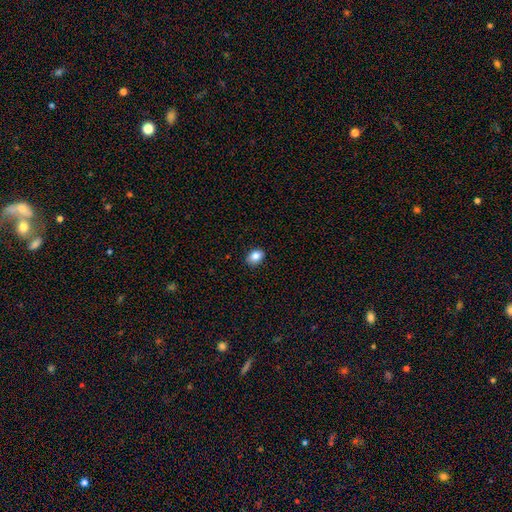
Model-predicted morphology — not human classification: Q: Smooth or featured?
A: smooth (84%); runner-up: star or artifact (9%)
Q: How rounded?
A: in between (69%); runner-up: round (30%)
Q: Merging?
A: none (89%); runner-up: minor disturbance (8%)